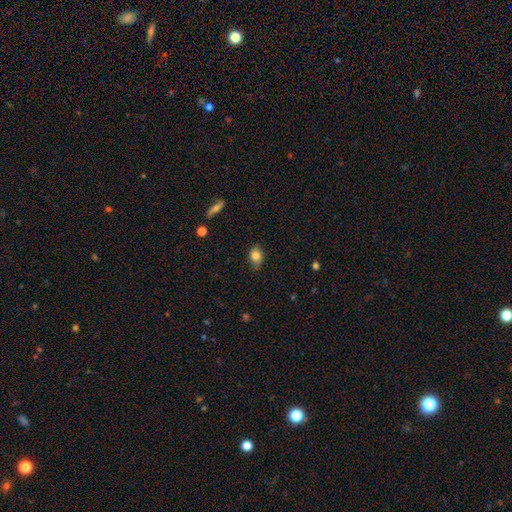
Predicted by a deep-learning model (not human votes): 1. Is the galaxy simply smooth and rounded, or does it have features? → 81% smooth, 10% featured or disk, 9% star or artifact.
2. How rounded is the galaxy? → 72% in between, 27% round, 2% cigar-shaped.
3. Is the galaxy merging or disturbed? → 68% none, 26% minor disturbance, 5% major disturbance, 1% merger.